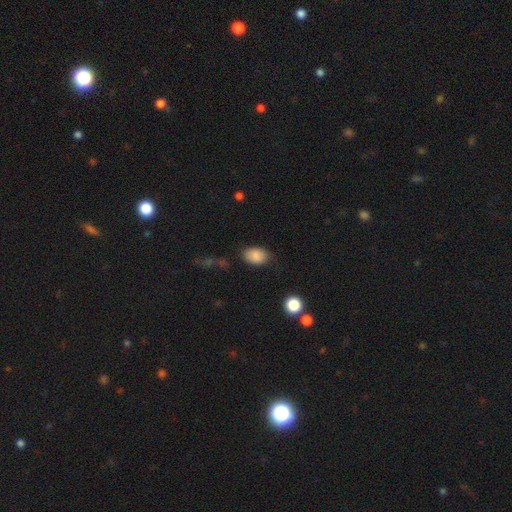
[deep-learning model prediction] The model was most divided on "merging": none: 78%, minor disturbance: 16%, major disturbance: 4%, merger: 2%. More confident: smooth or featured — smooth (87%); how rounded — in between (84%).